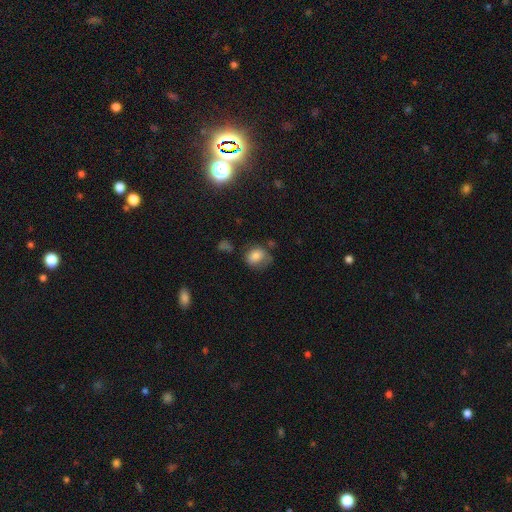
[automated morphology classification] Overall: smooth (75%). How rounded: round (54%; in between 45%). Merging: none (57%; minor disturbance 25%).